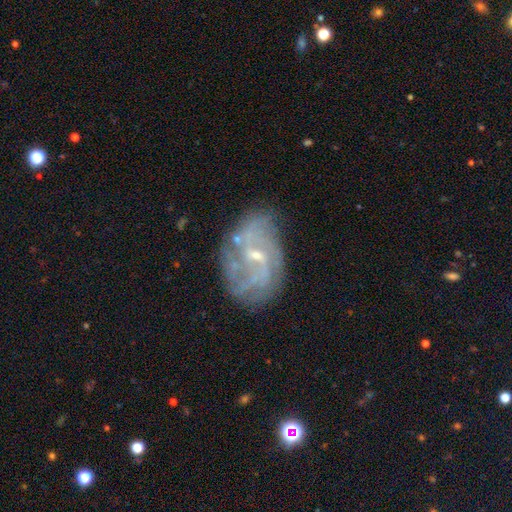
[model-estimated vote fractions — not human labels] Overall: featured or disk (78%). Edge-on disk: no (97%). Bar: weak (53%; no 36%). Spiral arms: yes (83%). Spiral arm count: can't tell (38%; 2 28%). Spiral winding: medium (39%; loose 32%). Bulge size: small (70%). Merging: none (65%).